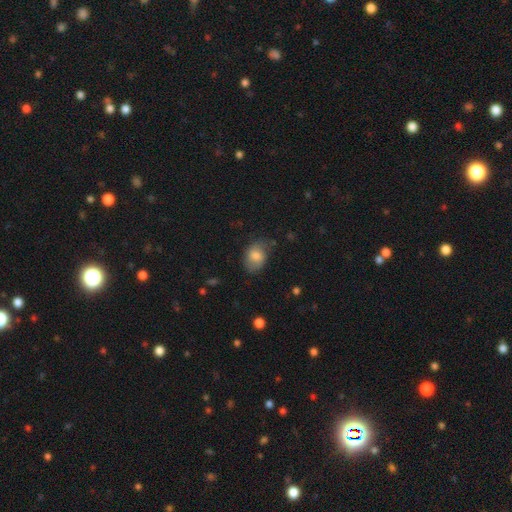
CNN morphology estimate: smooth 73%, featured or disk 19%, star or artifact 8%. Down the decision tree: how rounded — in between (74%); merging — none (61%).